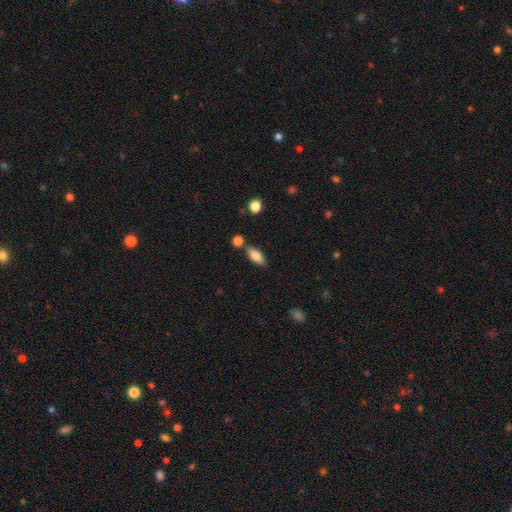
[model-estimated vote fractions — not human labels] smooth 82%, featured or disk 11%, star or artifact 7%. Down the decision tree: how rounded — in between (80%); merging — none (73%).